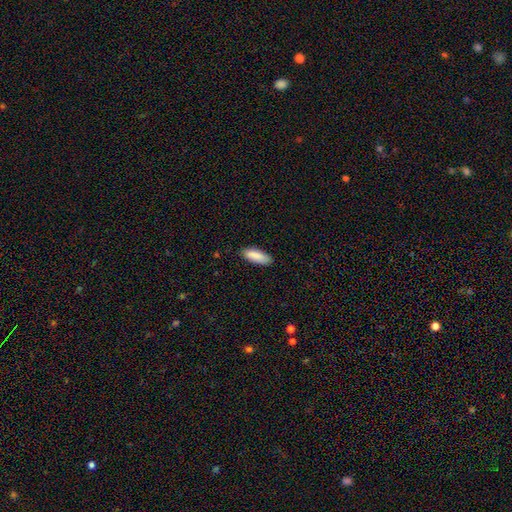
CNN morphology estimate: Smooth or featured?
  - smooth: 89% *
  - star or artifact: 6%
  - featured or disk: 5%
How rounded?
  - in between: 65% *
  - cigar-shaped: 33%
  - round: 2%
Merging?
  - none: 86% *
  - minor disturbance: 11%
  - major disturbance: 2%
  - merger: 1%